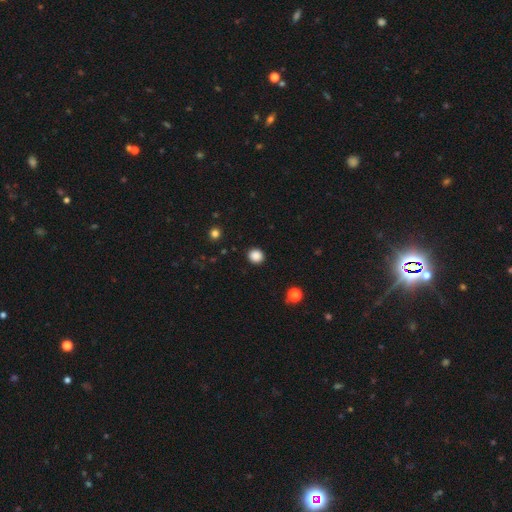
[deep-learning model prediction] Smooth or featured? smooth (87%)
How rounded? round (89%)
Merging? none (92%)